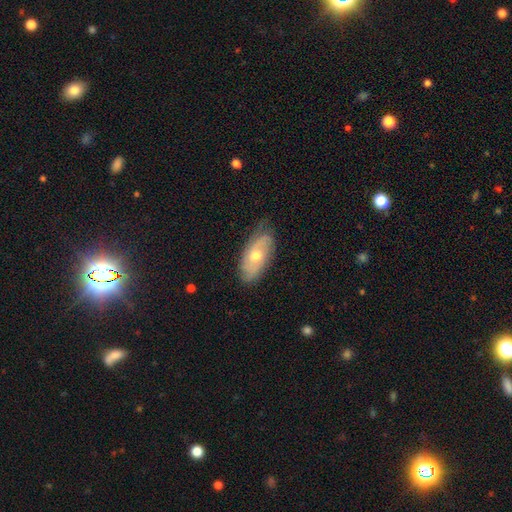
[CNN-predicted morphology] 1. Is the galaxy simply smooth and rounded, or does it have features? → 60% featured or disk, 34% smooth, 7% star or artifact.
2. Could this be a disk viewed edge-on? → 87% no, 13% yes.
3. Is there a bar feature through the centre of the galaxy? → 76% no, 21% weak, 4% strong.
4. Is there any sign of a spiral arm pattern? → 79% yes, 21% no.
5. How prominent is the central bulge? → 71% moderate, 24% small, 4% large, 1% none, 1% dominant.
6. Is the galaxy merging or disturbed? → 71% none, 23% minor disturbance, 5% major disturbance, 1% merger.